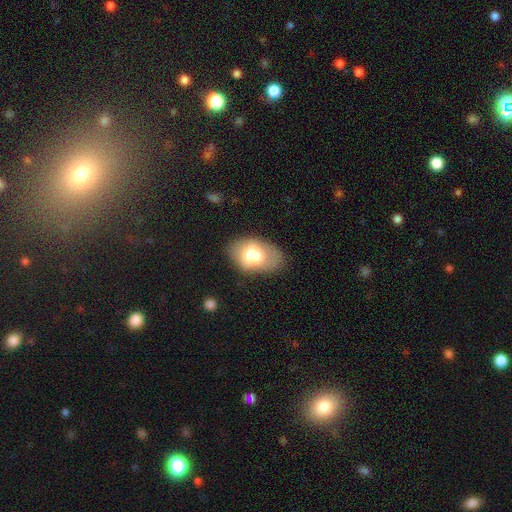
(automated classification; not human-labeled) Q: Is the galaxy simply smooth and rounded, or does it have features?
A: smooth — 63%.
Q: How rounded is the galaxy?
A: in between — 84%.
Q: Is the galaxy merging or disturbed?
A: none — 36%.